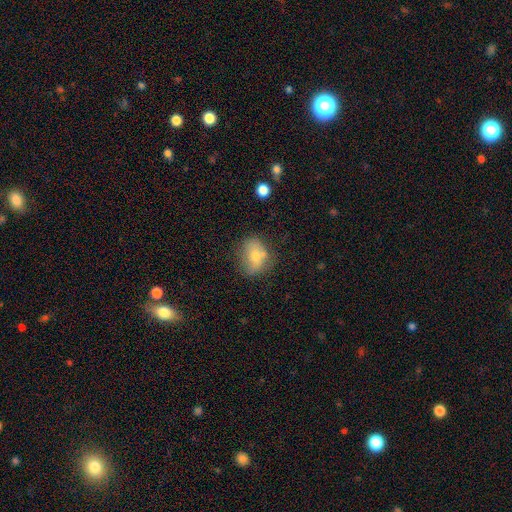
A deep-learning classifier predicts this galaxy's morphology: A smooth galaxy with no disk features (66%) that is in between round and cigar-shaped (62%).

Vote fractions:
- Smooth or featured? smooth: 66% / featured or disk: 25% / star or artifact: 9%
- How rounded? in between: 62% / round: 37% / cigar-shaped: 1%
- Merging? none: 55% / minor disturbance: 27% / major disturbance: 10% / merger: 8%